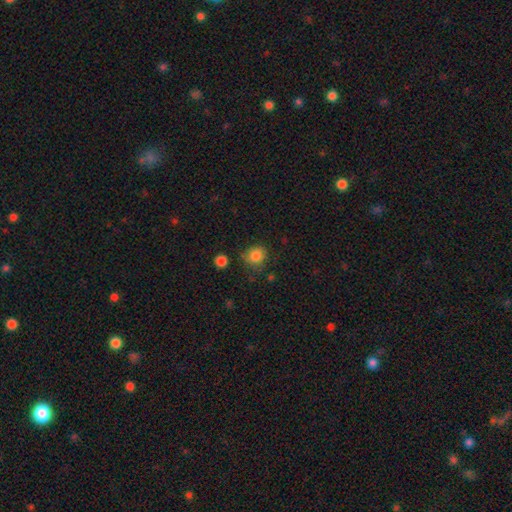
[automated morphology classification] Overall: smooth (84%). How rounded: round (77%). Merging: none (75%).